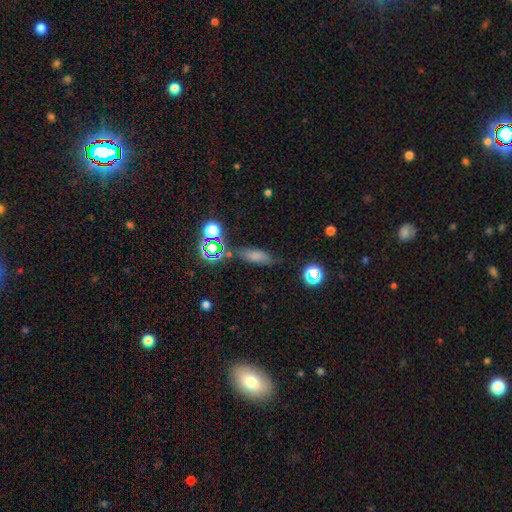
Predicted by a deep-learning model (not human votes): smooth-or-featured: smooth: 69% | star or artifact: 19% | featured or disk: 12%
  how-rounded: in between: 52% | cigar-shaped: 40% | round: 7%
  merging: none: 73% | minor disturbance: 16% | merger: 6% | major disturbance: 5%